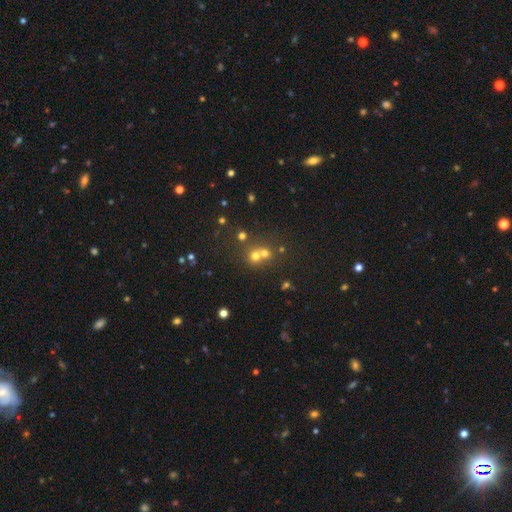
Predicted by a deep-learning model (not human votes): Q: Smooth or featured?
A: smooth (63%); runner-up: star or artifact (24%)
Q: How rounded?
A: round (83%); runner-up: in between (16%)
Q: Merging?
A: merger (47%); runner-up: none (44%)